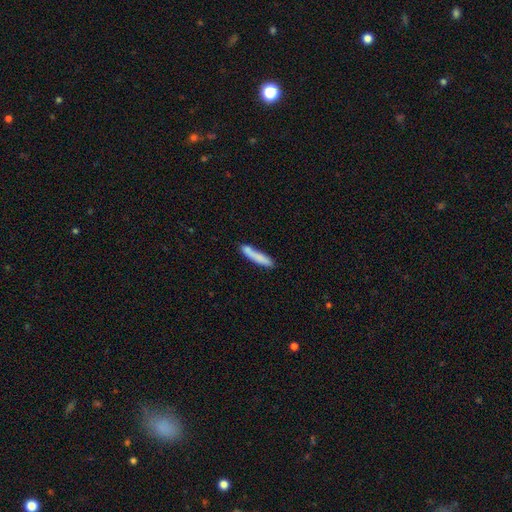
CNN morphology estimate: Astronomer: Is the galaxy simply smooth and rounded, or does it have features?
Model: smooth — 77%.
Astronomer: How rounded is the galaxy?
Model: cigar-shaped — 91%.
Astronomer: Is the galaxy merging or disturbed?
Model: none — 70%.